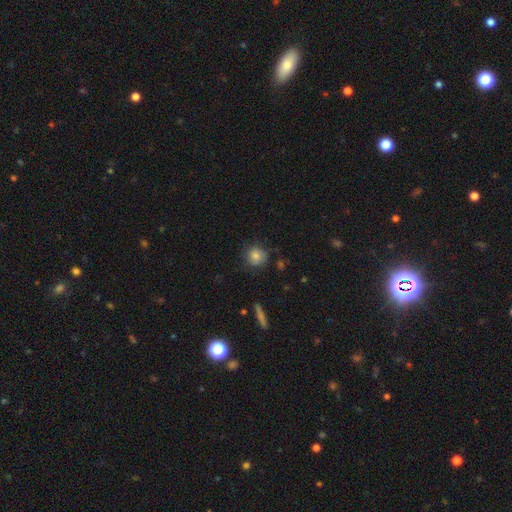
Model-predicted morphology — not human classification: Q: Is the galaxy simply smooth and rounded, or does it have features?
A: smooth — 81%.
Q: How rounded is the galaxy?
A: round — 85%.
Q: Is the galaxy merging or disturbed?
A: none — 76%.